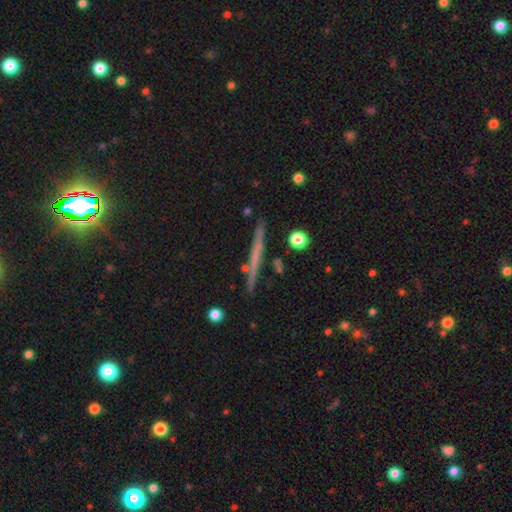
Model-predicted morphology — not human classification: This appears to be a featured or disk galaxy (55%) viewed edge-on (97%) with no central bulge (87%). Merging: none (90%).